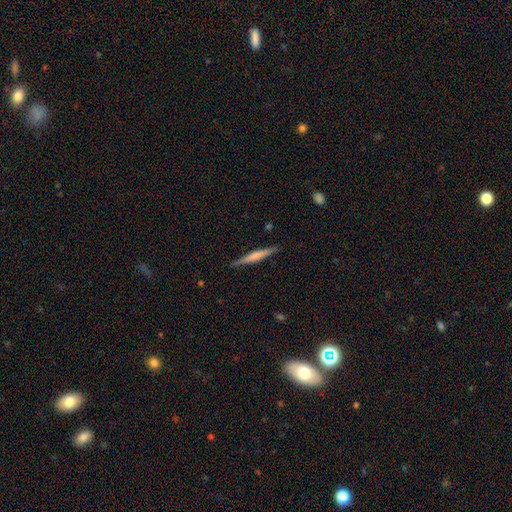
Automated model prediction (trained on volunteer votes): This is possibly a featured or disk galaxy (50%). Merging: clearly none (89%).